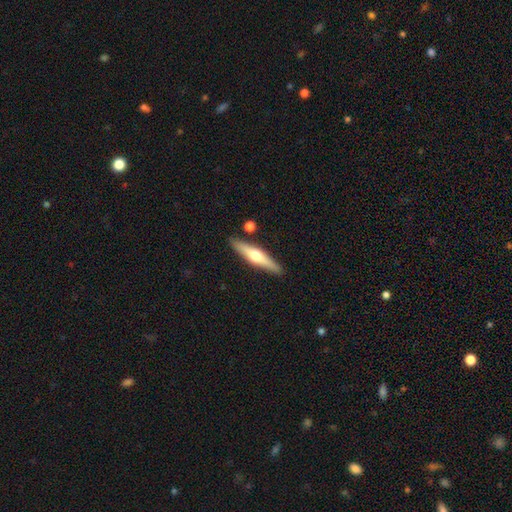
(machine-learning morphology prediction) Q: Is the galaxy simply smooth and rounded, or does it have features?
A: featured or disk — 57%.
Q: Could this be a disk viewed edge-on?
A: yes — 95%.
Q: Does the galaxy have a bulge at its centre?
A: rounded — 91%.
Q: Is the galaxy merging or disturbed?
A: none — 86%.